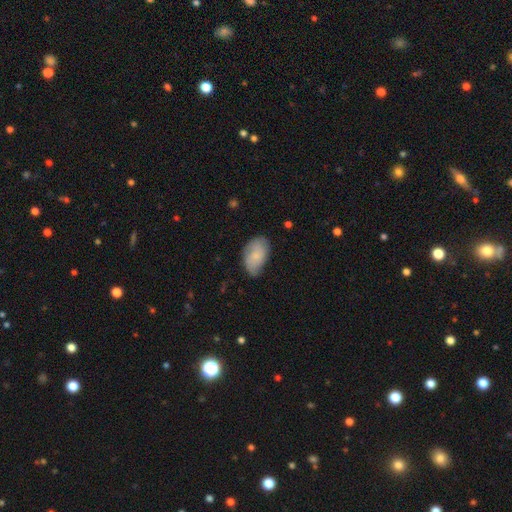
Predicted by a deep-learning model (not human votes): Smooth or featured: smooth — 73% (featured or disk — 21%)
How rounded: in between — 93% (round — 5%)
Merging: none — 63% (minor disturbance — 30%)